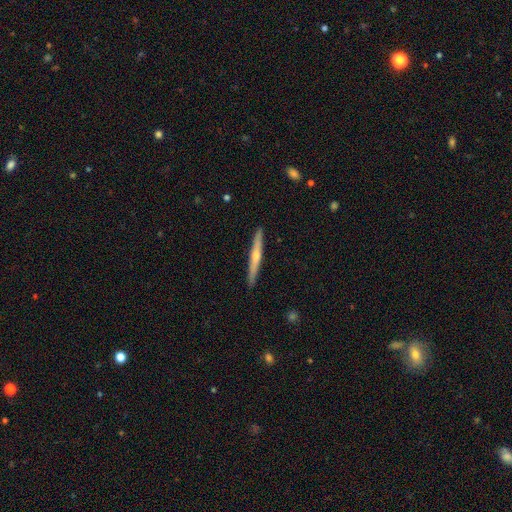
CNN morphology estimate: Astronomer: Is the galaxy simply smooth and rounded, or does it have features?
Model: featured or disk — 69%.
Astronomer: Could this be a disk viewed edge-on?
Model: yes — 97%.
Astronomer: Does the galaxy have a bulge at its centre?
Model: rounded — 82%.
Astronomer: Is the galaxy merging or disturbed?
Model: none — 91%.